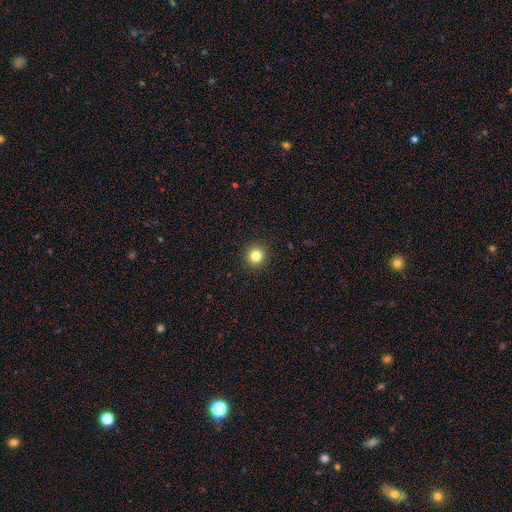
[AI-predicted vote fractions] Overall: smooth (83%). How rounded: round (90%). Merging: none (92%).